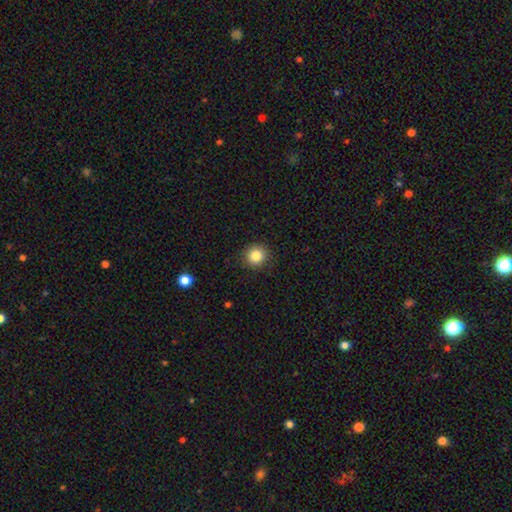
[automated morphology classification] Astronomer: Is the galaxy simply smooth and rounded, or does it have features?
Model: smooth — 85%.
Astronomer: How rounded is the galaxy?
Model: round — 91%.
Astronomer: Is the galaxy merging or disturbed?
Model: none — 90%.